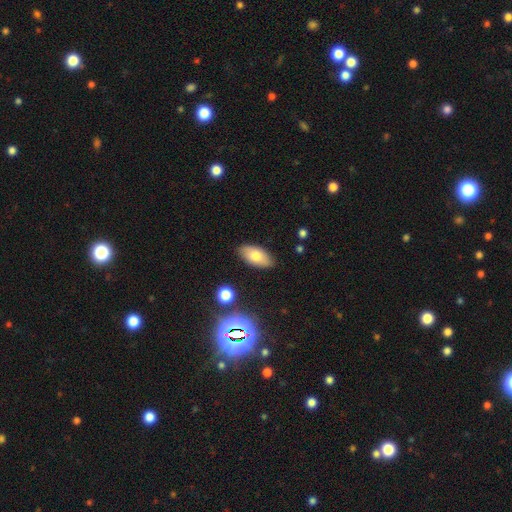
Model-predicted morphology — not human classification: Overall: smooth (74%). How rounded: in between (92%). Merging: none (85%).